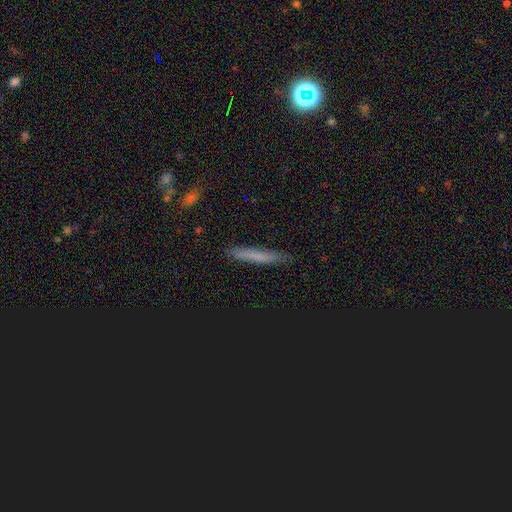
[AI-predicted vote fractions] smooth_or_featured: smooth (p=0.67) [alt: featured or disk p=0.19]
how_rounded: cigar-shaped (p=0.94) [alt: in between p=0.04]
merging: none (p=0.86) [alt: minor disturbance p=0.10]